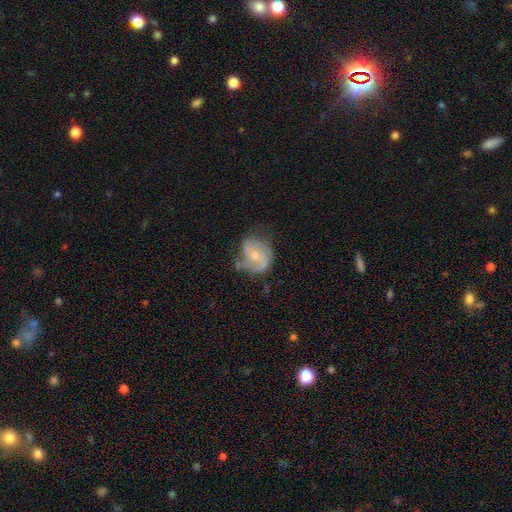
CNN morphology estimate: Smooth or featured? Predicted: featured or disk (p=0.74). Edge-on disk? Predicted: no (p=0.98). Bar? Predicted: no (p=0.65). Spiral arms? Predicted: yes (p=0.89). Spiral winding? Predicted: medium (p=0.45). Spiral arm count? Predicted: 2 (p=0.50). Bulge size? Predicted: small (p=0.50). Merging? Predicted: none (p=0.50).